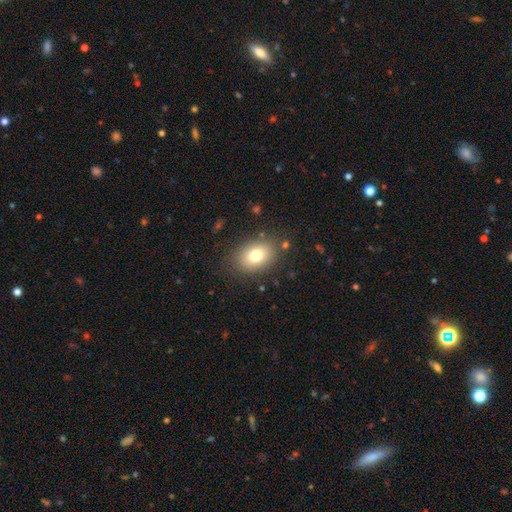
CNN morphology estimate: Q: Smooth or featured?
A: smooth (77%); runner-up: featured or disk (13%)
Q: How rounded?
A: in between (76%); runner-up: round (23%)
Q: Merging?
A: none (82%); runner-up: minor disturbance (11%)